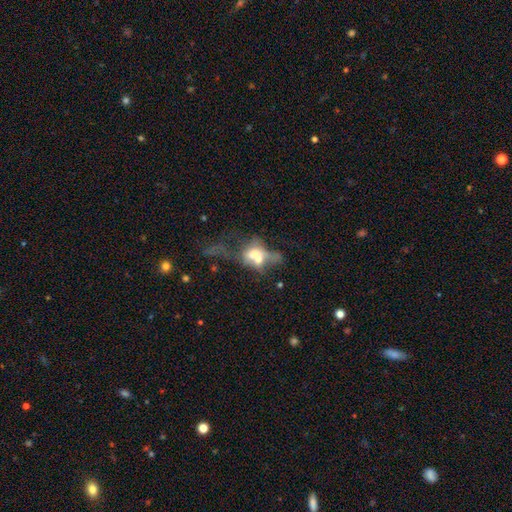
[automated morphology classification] This is possibly a smooth galaxy (47%). Merging: likely merger (66%).